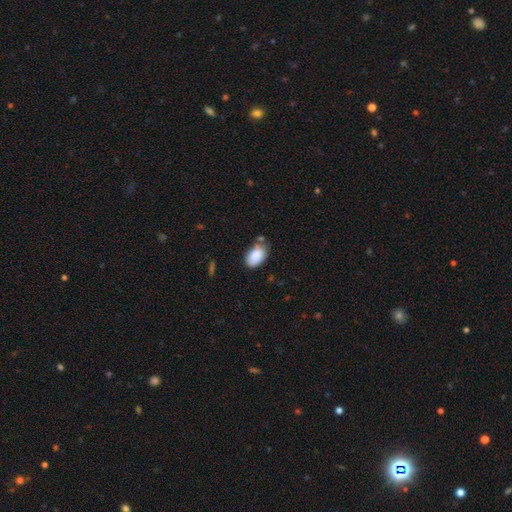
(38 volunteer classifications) Smooth or featured? 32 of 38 (84%) said smooth. How rounded? 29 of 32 (91%) said in between. Merging? 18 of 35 (51%) said none.